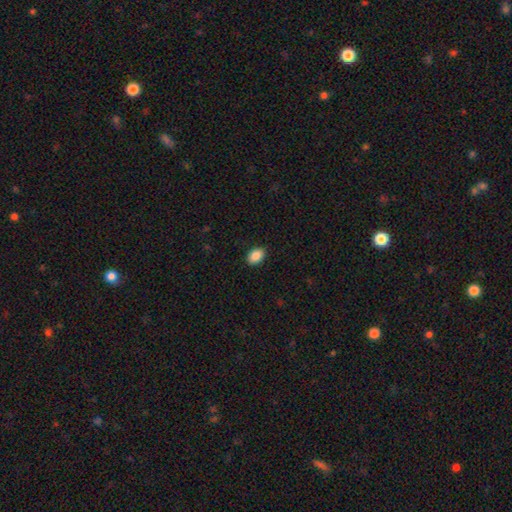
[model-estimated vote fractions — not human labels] This is clearly a smooth galaxy (88%). How rounded: clearly in between (85%). Merging: clearly none (90%).